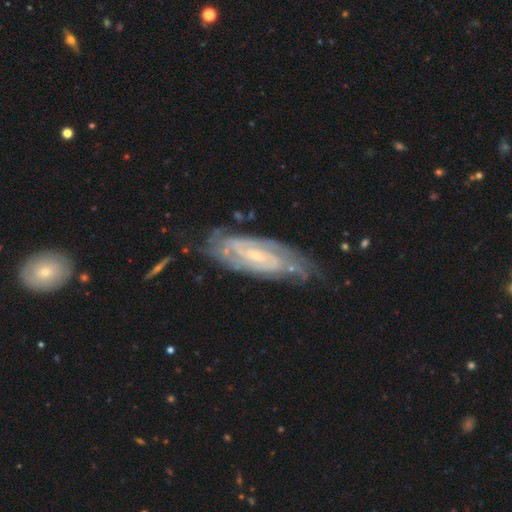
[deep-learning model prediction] A featured or disk galaxy (87%) with a weak bar (44%), 2 (44%) tight (67%) spiral arms (97%) and a small central bulge (73%).

Vote fractions:
- Smooth or featured? featured or disk: 87% / smooth: 7% / star or artifact: 6%
- Edge-on disk? no: 91% / yes: 9%
- Bar? weak: 44% / no: 39% / strong: 17%
- Spiral arms? yes: 97% / no: 3%
- Spiral winding? tight: 67% / medium: 27% / loose: 5%
- Spiral arm count? 2: 44% / can't tell: 26% / 3: 13% / 4: 7% / more than 4: 5% / 1: 4%
- Bulge size? small: 73% / moderate: 20% / none: 5% / large: 1% / dominant: 1%
- Merging? none: 68% / minor disturbance: 21% / major disturbance: 7% / merger: 3%